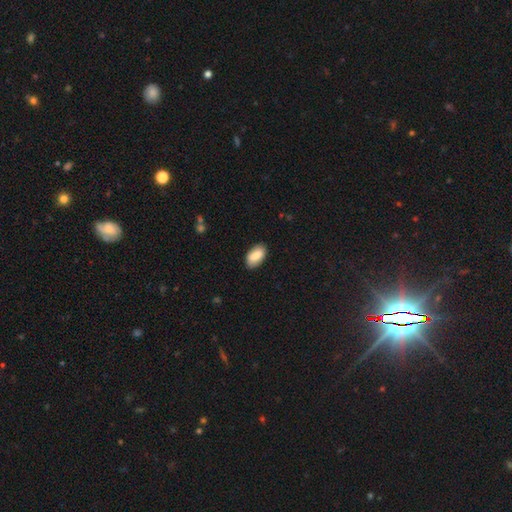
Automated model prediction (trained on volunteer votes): Q: Smooth or featured?
A: smooth (84%); runner-up: featured or disk (10%)
Q: How rounded?
A: in between (94%); runner-up: round (3%)
Q: Merging?
A: none (86%); runner-up: minor disturbance (10%)